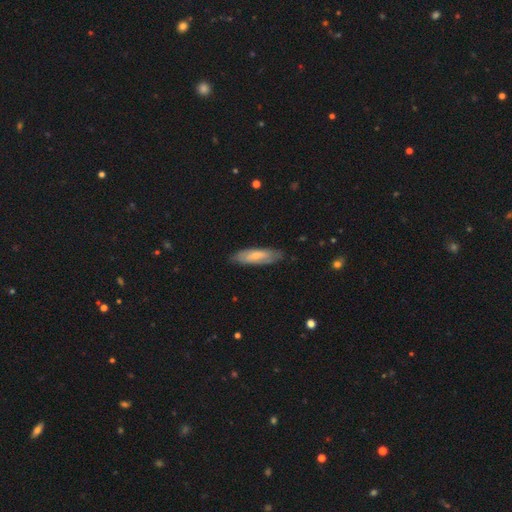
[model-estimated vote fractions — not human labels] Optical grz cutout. It shows a smooth galaxy with no disk features (58%) that is cigar-shaped (53%). Merging: none (80%).